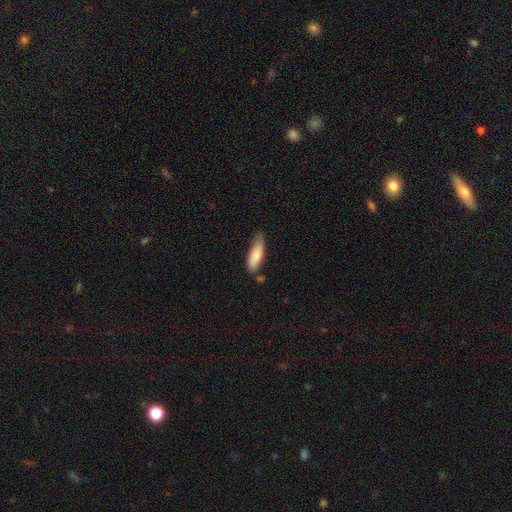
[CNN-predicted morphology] smooth-or-featured: smooth: 81% | featured or disk: 13% | star or artifact: 6%
  how-rounded: in between: 51% | cigar-shaped: 48% | round: 2%
  merging: none: 60% | minor disturbance: 28% | merger: 6% | major disturbance: 5%